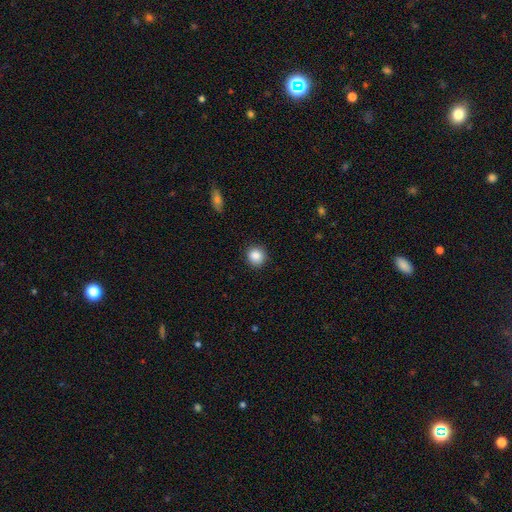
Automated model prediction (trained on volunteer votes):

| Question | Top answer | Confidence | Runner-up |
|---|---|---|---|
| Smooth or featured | smooth | 87% | star or artifact (9%) |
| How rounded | round | 88% | in between (11%) |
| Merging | none | 90% | minor disturbance (7%) |